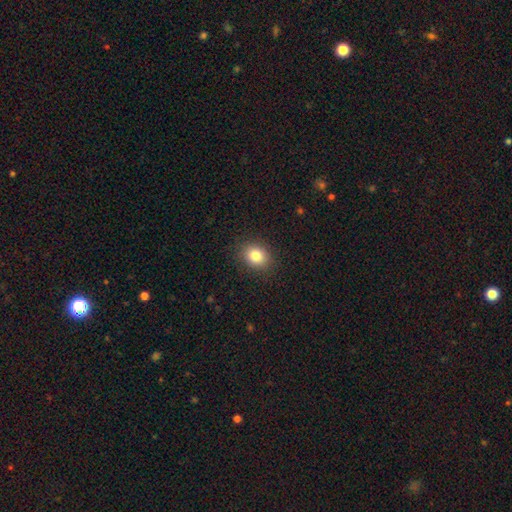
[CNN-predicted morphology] Smooth or featured: smooth — 83% (star or artifact — 11%)
How rounded: round — 60% (in between — 39%)
Merging: none — 88% (minor disturbance — 8%)